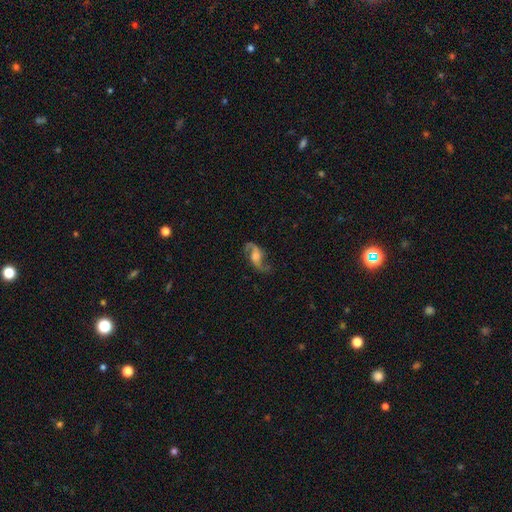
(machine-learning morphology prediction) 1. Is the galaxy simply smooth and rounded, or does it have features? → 84% featured or disk, 9% smooth, 7% star or artifact.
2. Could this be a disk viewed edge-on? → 96% no, 4% yes.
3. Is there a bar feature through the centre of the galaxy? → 47% no, 40% weak, 13% strong.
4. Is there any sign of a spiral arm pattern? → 96% yes, 4% no.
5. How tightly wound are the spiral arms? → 65% loose, 29% medium, 6% tight.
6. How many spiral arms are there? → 93% 2, 3% 1, 2% can't tell, 1% 3, 1% 4, 1% more than 4.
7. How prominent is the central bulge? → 34% large, 29% moderate, 20% none, 14% small, 4% dominant.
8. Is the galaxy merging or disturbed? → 73% none, 16% minor disturbance, 9% major disturbance, 2% merger.